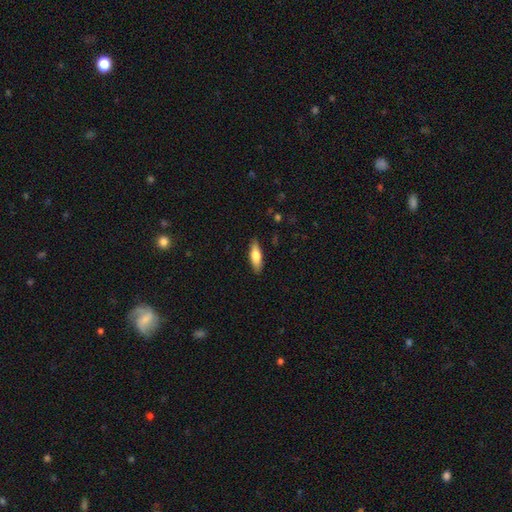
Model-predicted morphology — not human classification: Smooth or featured? smooth (72%)
How rounded? in between (50%)
Merging? none (88%)